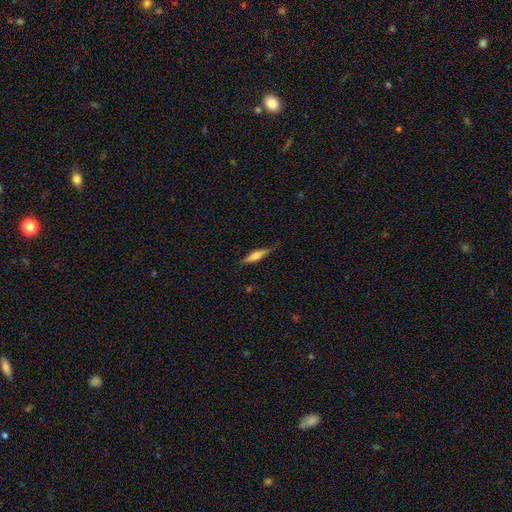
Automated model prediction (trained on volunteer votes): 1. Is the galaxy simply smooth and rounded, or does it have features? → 52% smooth, 42% featured or disk, 6% star or artifact.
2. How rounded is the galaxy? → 74% cigar-shaped, 24% in between, 2% round.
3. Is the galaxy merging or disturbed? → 78% none, 18% minor disturbance, 3% major disturbance, 1% merger.